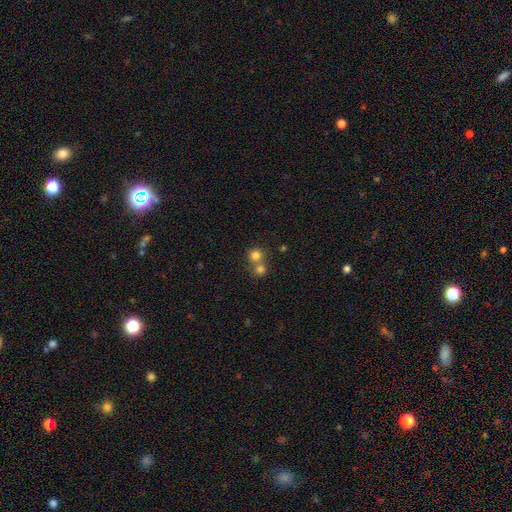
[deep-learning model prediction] A smooth galaxy with no disk features (78%) that is round (90%).

Vote fractions:
- Smooth or featured? smooth: 78% / star or artifact: 13% / featured or disk: 9%
- How rounded? round: 90% / in between: 9% / cigar-shaped: 1%
- Merging? none: 47% (tied) / merger: 47% (tied) / minor disturbance: 5% / major disturbance: 2%